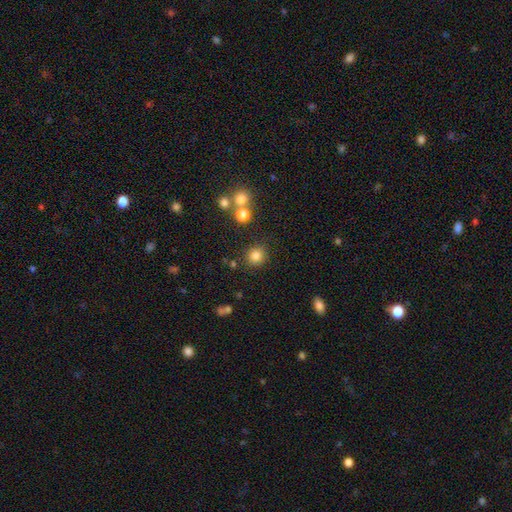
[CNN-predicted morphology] Overall: smooth (81%). How rounded: round (90%). Merging: none (83%).